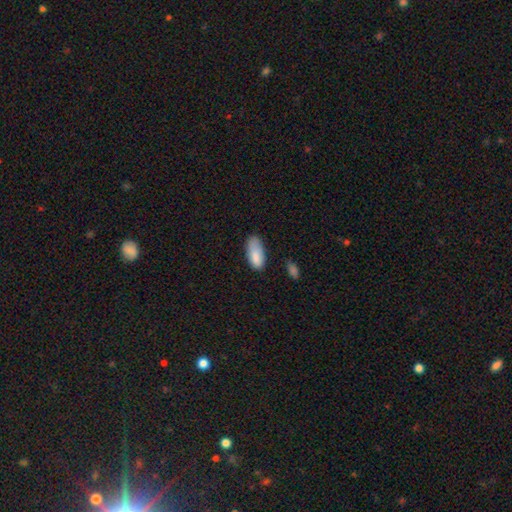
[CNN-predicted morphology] Overall: smooth (86%). How rounded: in between (85%). Merging: none (58%; minor disturbance 31%).